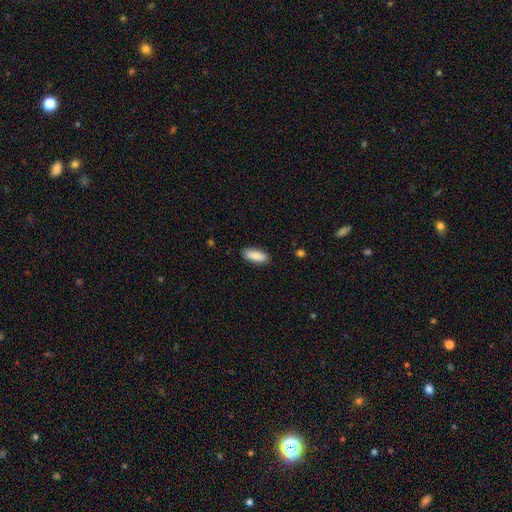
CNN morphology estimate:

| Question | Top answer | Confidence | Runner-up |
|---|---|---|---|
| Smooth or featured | smooth | 84% | featured or disk (10%) |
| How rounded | in between | 76% | cigar-shaped (22%) |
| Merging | none | 87% | minor disturbance (10%) |